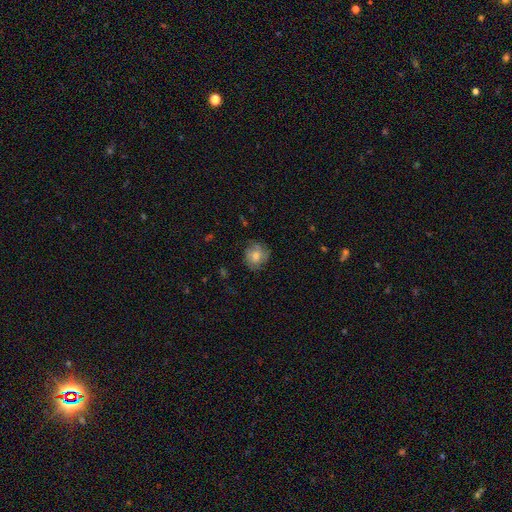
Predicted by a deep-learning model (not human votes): A smooth galaxy with no disk features (62%) that is round (78%). Merging: none (72%).